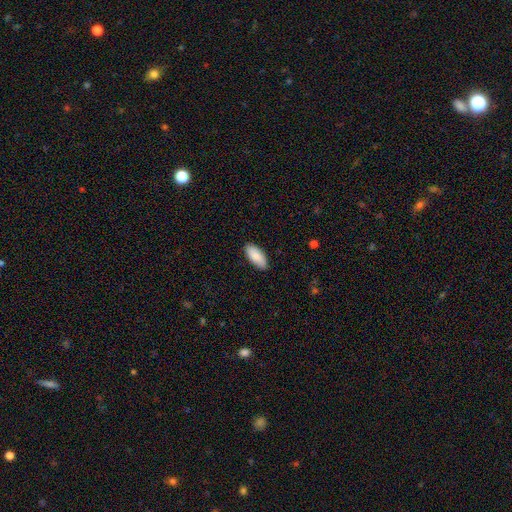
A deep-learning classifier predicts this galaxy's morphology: Smooth or featured?
  - smooth: 86% *
  - featured or disk: 8%
  - star or artifact: 6%
How rounded?
  - in between: 89% *
  - cigar-shaped: 9%
  - round: 2%
Merging?
  - none: 87% *
  - minor disturbance: 10%
  - major disturbance: 2%
  - merger: 1%